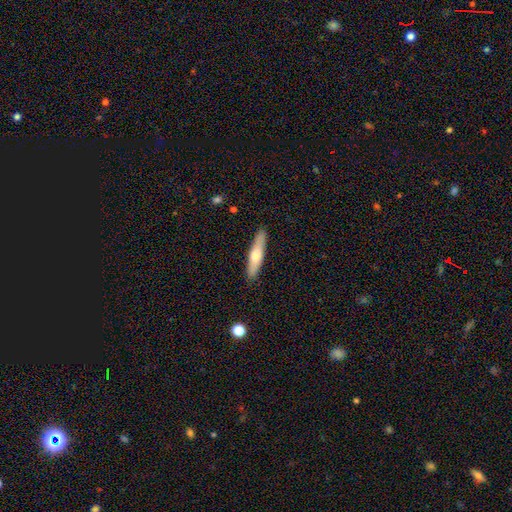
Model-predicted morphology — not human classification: Smooth or featured? Predicted: smooth (p=0.58). How rounded? Predicted: cigar-shaped (p=0.81). Merging? Predicted: none (p=0.90).